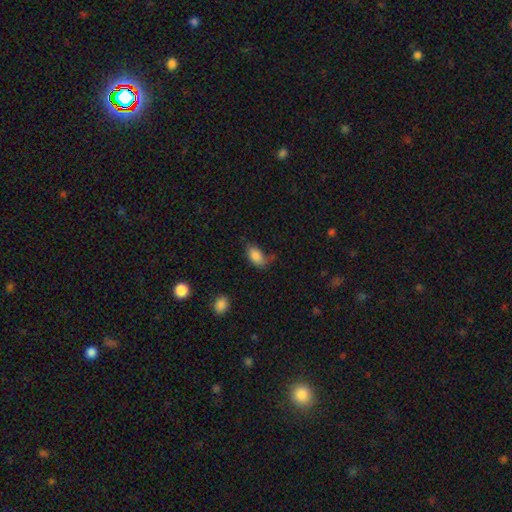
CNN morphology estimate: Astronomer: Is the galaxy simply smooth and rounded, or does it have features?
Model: smooth — 86%.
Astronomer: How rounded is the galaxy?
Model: in between — 92%.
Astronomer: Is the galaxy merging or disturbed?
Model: none — 56%.